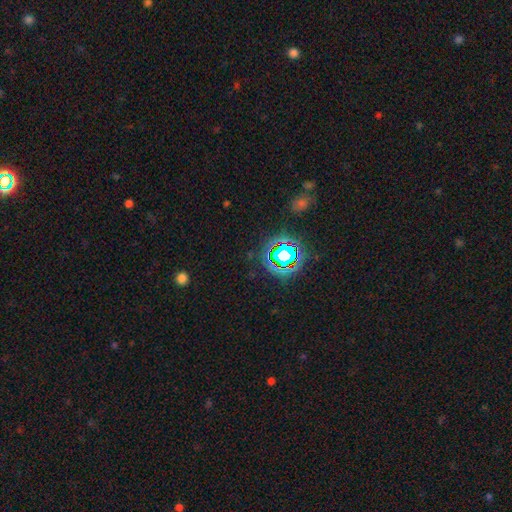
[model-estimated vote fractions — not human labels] A star or artifact, not a galaxy (76%).

Vote fractions:
- Smooth or featured? star or artifact: 76% / smooth: 15% / featured or disk: 9%